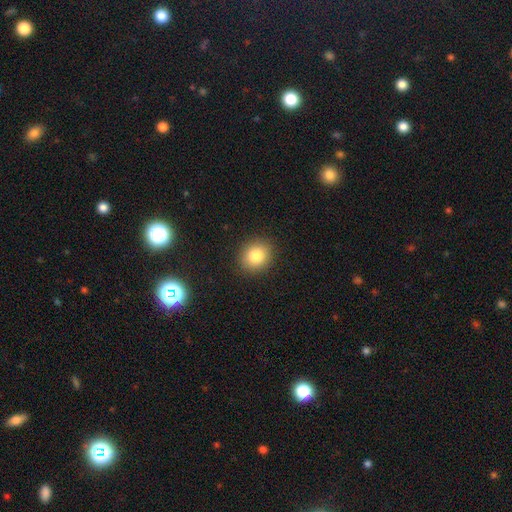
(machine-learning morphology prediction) Smooth or featured?
  - smooth: 83% *
  - star or artifact: 10%
  - featured or disk: 7%
How rounded?
  - round: 73% *
  - in between: 26%
  - cigar-shaped: 1%
Merging?
  - none: 90% *
  - minor disturbance: 7%
  - major disturbance: 2%
  - merger: 1%